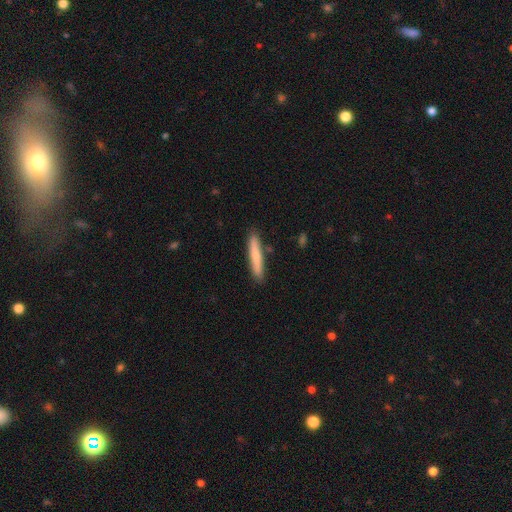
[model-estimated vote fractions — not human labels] Morphology: type=smooth (73%); roundness=cigar-shaped (93%); merging=none (86%).